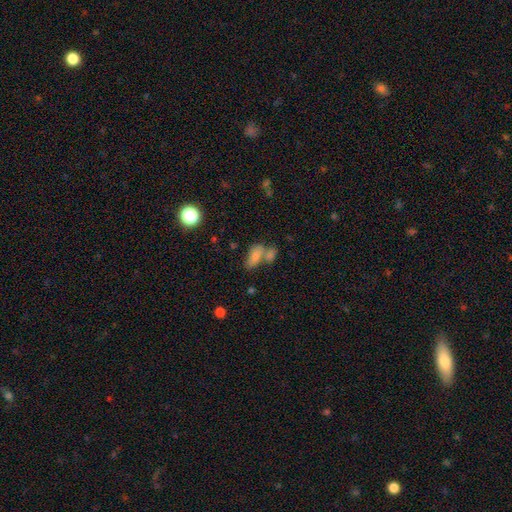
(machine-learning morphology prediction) smooth 75%, featured or disk 14%, star or artifact 11%. Down the decision tree: how rounded — in between (87%); merging — merger (48%).